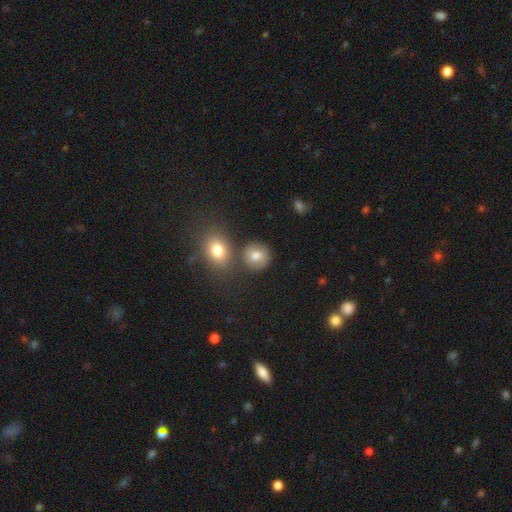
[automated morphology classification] A smooth galaxy with no disk features (75%) that is round (84%). Merging: none (74%).